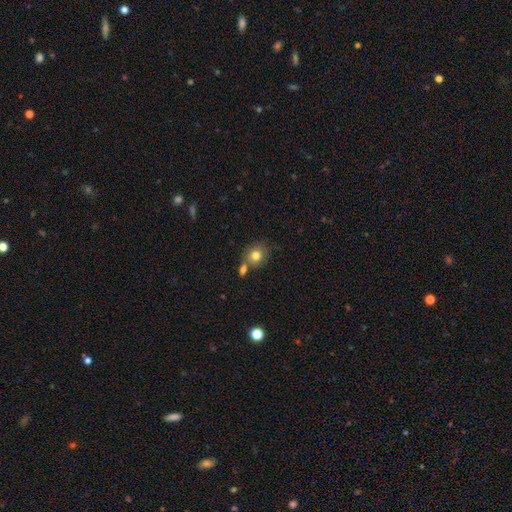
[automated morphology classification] This appears to be a smooth galaxy with no disk features (79%) that is round (78%). Merging: none (59%).